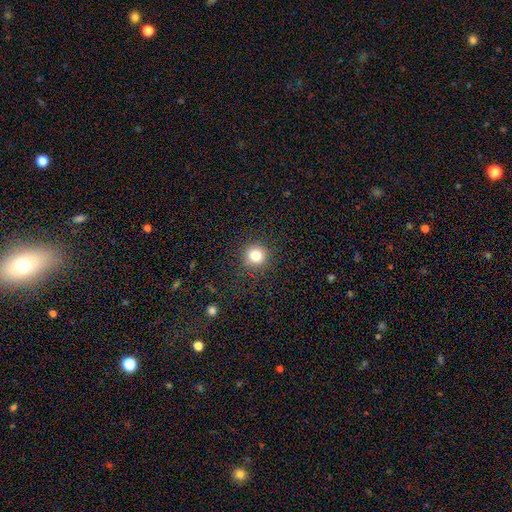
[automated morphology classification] This is clearly a smooth galaxy (81%). How rounded: clearly round (93%). Merging: clearly none (89%).